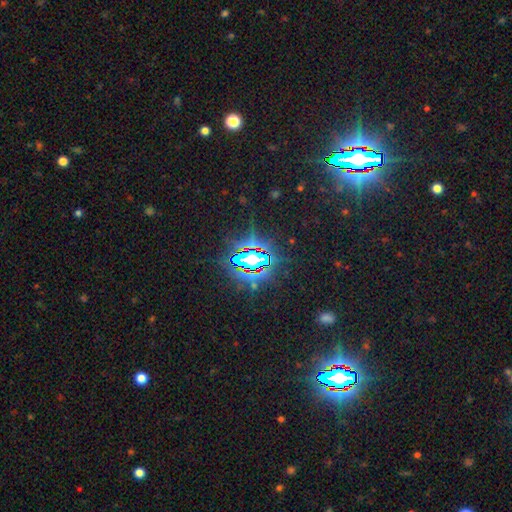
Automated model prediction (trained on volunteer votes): This is likely a star or artifact rather than a galaxy (78%).